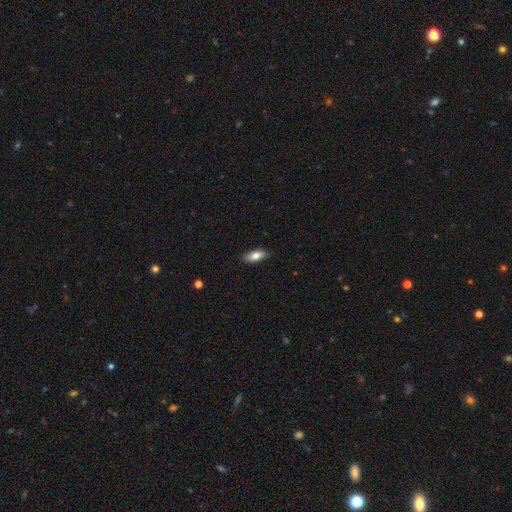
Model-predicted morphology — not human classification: smooth_or_featured: smooth (p=0.81) [alt: featured or disk p=0.13]
how_rounded: in between (p=0.81) [alt: cigar-shaped p=0.16]
merging: none (p=0.85) [alt: minor disturbance p=0.12]